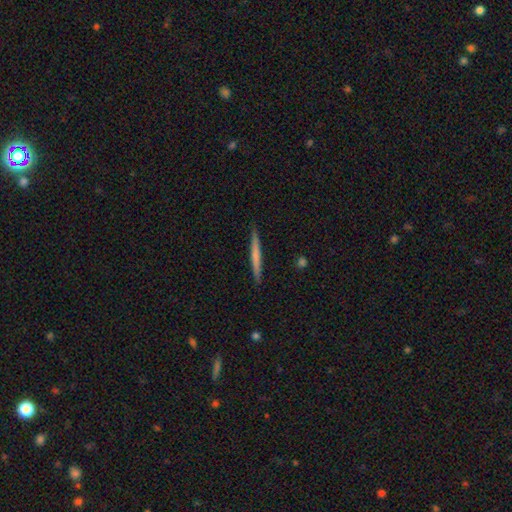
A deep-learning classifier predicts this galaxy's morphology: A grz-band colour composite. It shows a smooth galaxy with no disk features (57%) that is cigar-shaped (97%). Merging: none (91%).